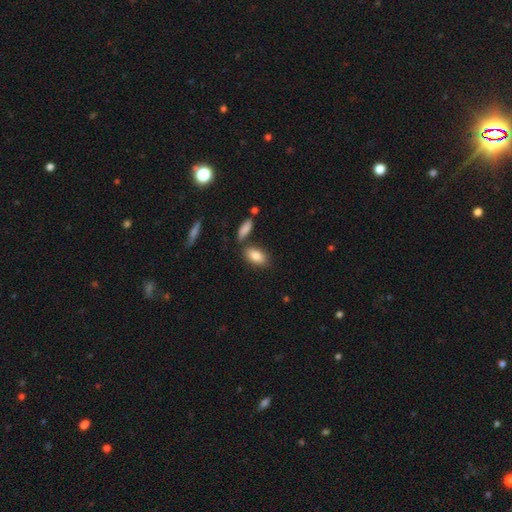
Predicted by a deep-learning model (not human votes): Smooth or featured? smooth (84%)
How rounded? in between (90%)
Merging? none (71%)